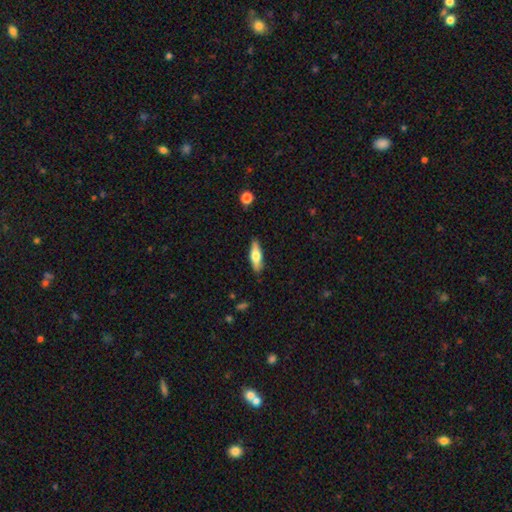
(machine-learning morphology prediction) This is possibly a smooth galaxy (55%). How rounded: possibly cigar-shaped (52%). Merging: clearly none (87%).